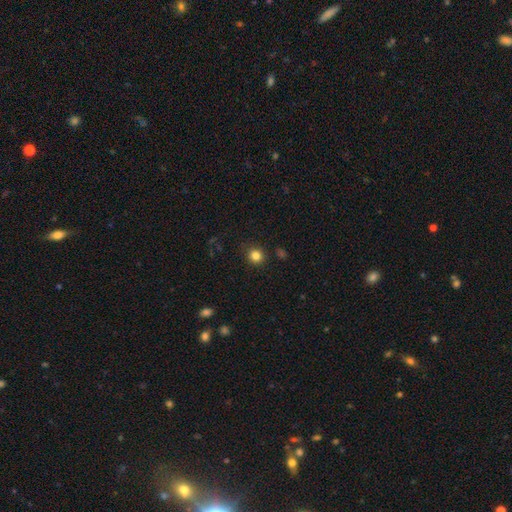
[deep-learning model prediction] Morphology: type=smooth (83%); roundness=round (90%); merging=none (89%).